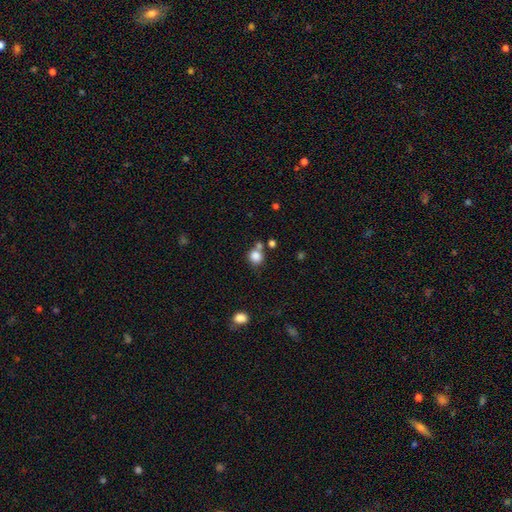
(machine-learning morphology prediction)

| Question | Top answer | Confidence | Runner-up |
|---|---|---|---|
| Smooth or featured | smooth | 83% | star or artifact (11%) |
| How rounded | round | 86% | in between (13%) |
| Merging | none | 60% | merger (23%) |